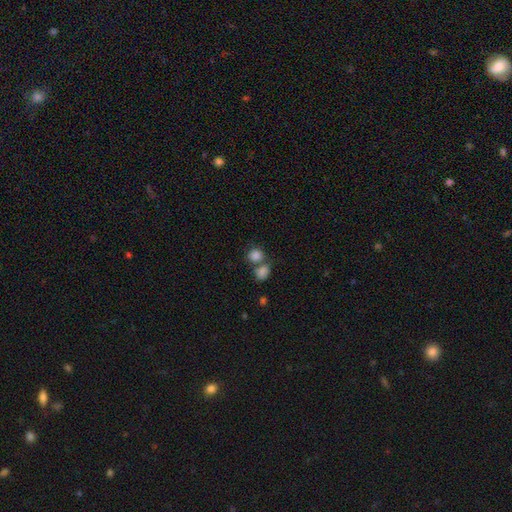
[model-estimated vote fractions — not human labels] Q: Smooth or featured?
A: smooth (84%); runner-up: star or artifact (10%)
Q: How rounded?
A: round (75%); runner-up: in between (24%)
Q: Merging?
A: merger (44%); runner-up: none (43%)